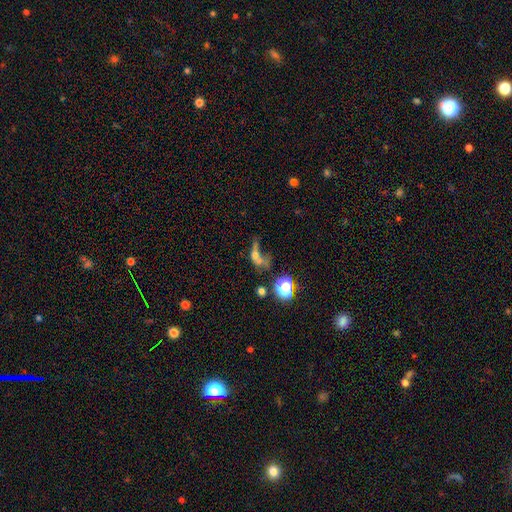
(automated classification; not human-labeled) smooth 48%, featured or disk 30%, star or artifact 21%. Down the decision tree: merging — merger (37%).